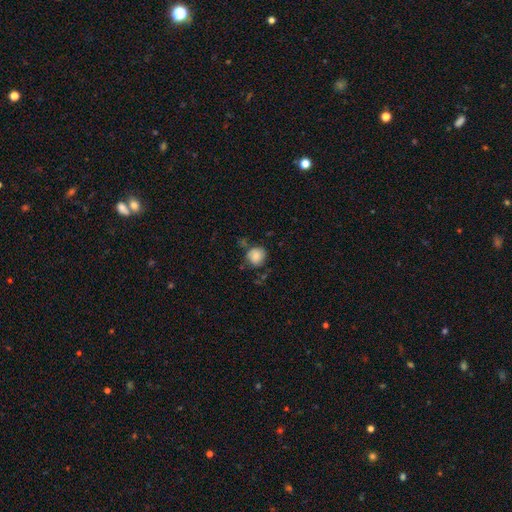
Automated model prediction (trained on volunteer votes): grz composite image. It shows a smooth galaxy with no disk features (81%) that is round (86%). Merging: none (66%).